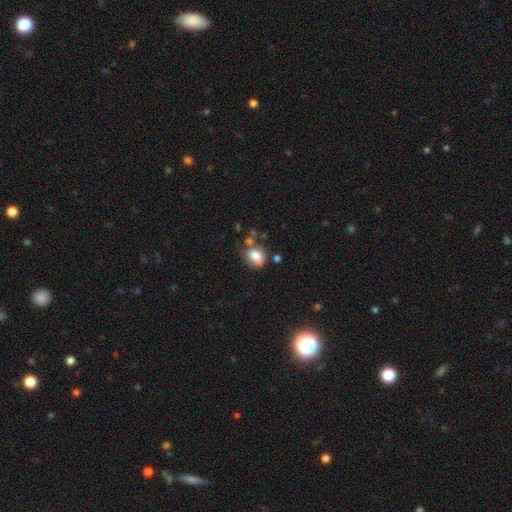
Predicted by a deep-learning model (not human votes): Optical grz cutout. It shows a smooth galaxy with no disk features (78%) that is in between round and cigar-shaped (62%). Merging: none (44%).